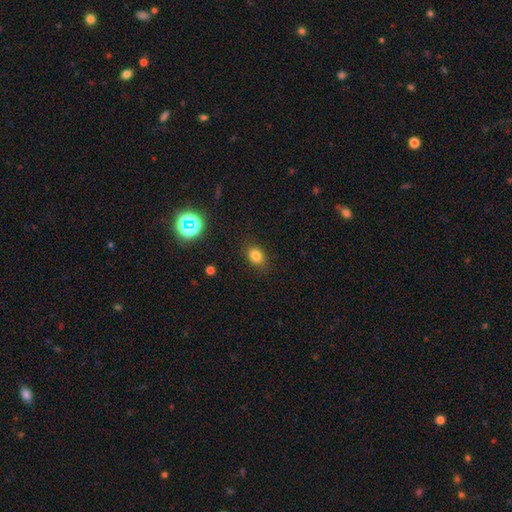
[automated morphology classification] Smooth or featured: smooth — 80% (star or artifact — 14%)
How rounded: in between — 61% (round — 38%)
Merging: none — 84% (minor disturbance — 11%)